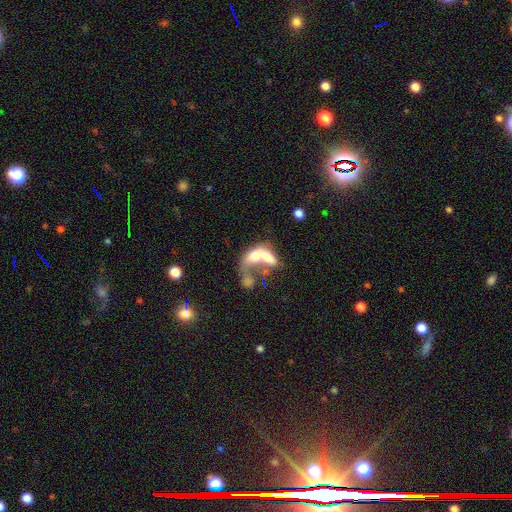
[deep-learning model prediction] Smooth or featured? smooth (56%)
How rounded? in between (80%)
Merging? merger (73%)